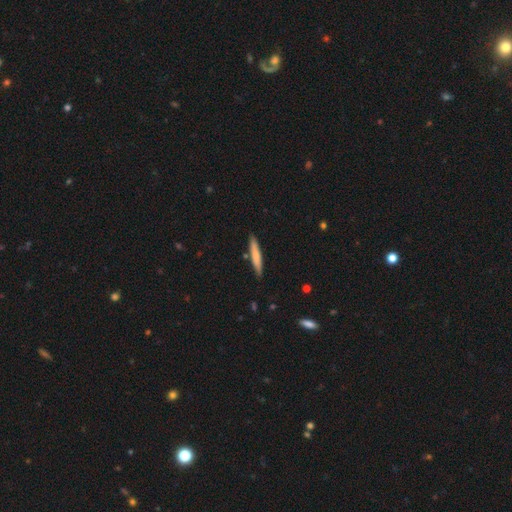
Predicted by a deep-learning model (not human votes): smooth-or-featured: smooth: 72% | featured or disk: 23% | star or artifact: 5%
  how-rounded: cigar-shaped: 93% | in between: 6% | round: 1%
  merging: none: 86% | minor disturbance: 10% | merger: 3% | major disturbance: 2%